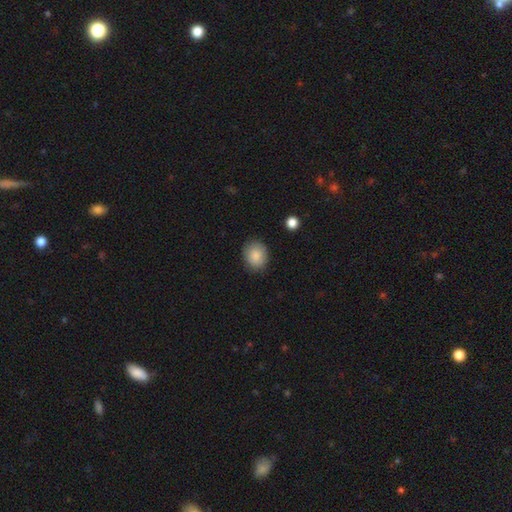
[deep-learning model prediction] Smooth or featured? smooth (86%)
How rounded? round (61%)
Merging? none (85%)